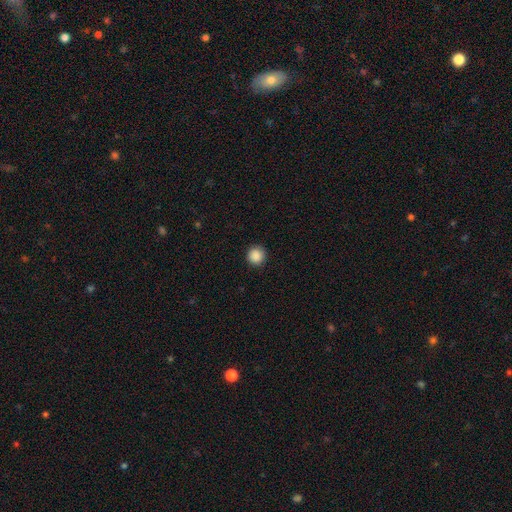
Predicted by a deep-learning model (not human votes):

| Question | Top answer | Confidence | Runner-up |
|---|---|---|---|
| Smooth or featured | smooth | 89% | star or artifact (9%) |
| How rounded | round | 95% | in between (4%) |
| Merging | none | 92% | minor disturbance (6%) |